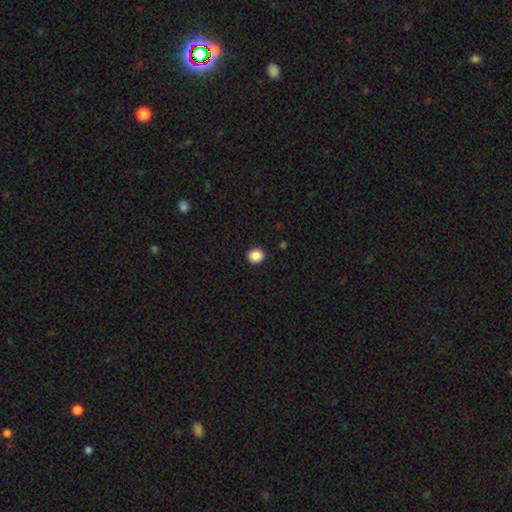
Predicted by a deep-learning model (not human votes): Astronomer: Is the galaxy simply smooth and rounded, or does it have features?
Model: smooth — 88%.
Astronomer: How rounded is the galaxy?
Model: round — 92%.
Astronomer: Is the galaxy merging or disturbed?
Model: none — 93%.